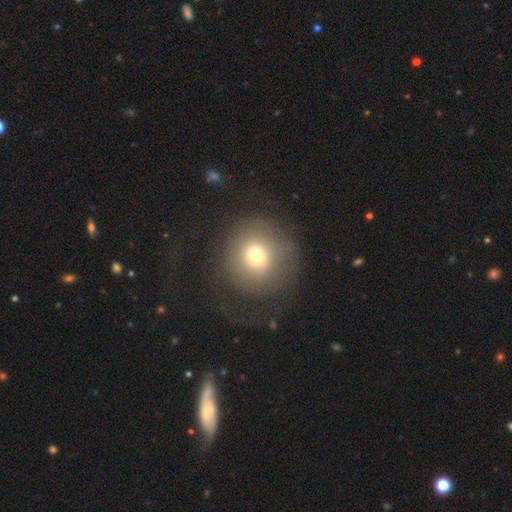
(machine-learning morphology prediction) smooth-or-featured: smooth: 69% | featured or disk: 17% | star or artifact: 13%
  how-rounded: round: 91% | in between: 8% | cigar-shaped: 1%
  merging: none: 62% | major disturbance: 20% | minor disturbance: 16% | merger: 2%